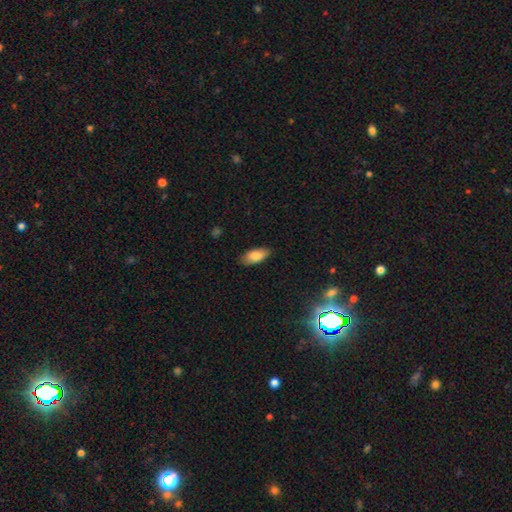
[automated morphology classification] A smooth galaxy with no disk features (83%) that is in between round and cigar-shaped (89%). Merging: none (82%).